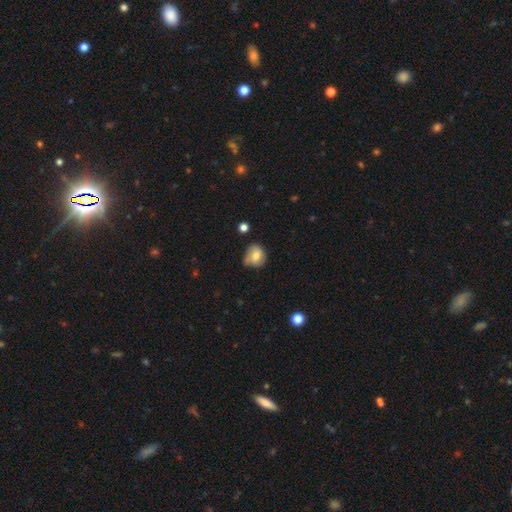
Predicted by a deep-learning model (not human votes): Morphology: type=smooth (71%); roundness=round (71%); merging=none (52%).